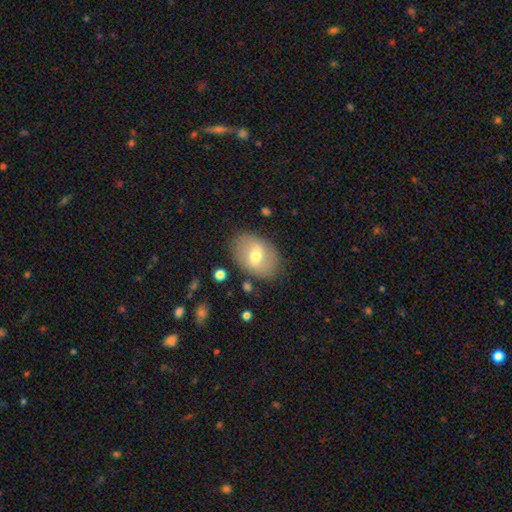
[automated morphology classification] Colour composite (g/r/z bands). It shows a smooth galaxy with no disk features (52%) that is in between round and cigar-shaped (78%). Merging: none (79%).